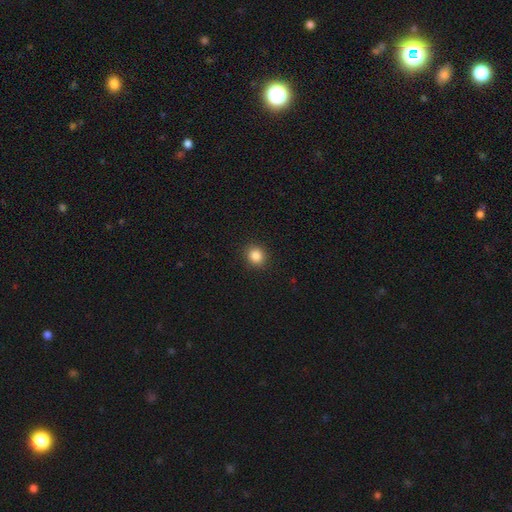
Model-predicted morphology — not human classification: A smooth galaxy with no disk features (85%) that is round (82%).

Vote fractions:
- Smooth or featured? smooth: 85% / star or artifact: 11% / featured or disk: 4%
- How rounded? round: 82% / in between: 17% / cigar-shaped: 1%
- Merging? none: 91% / minor disturbance: 6% / major disturbance: 2% / merger: 1%